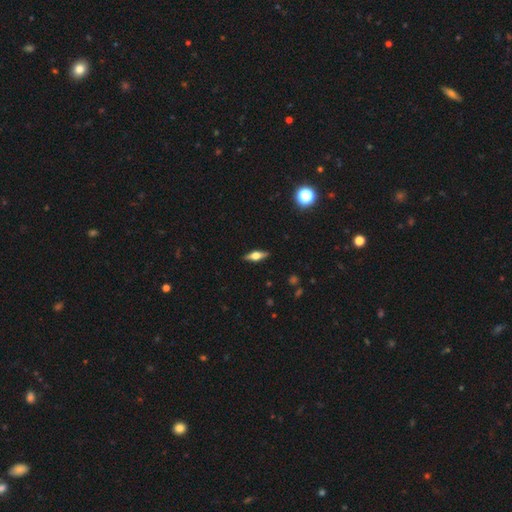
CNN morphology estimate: smooth-or-featured: featured or disk: 60% | smooth: 33% | star or artifact: 8%
  disk-edge-on: yes: 94% | no: 6%
    edge-on-bulge: rounded: 93% | boxy: 6% | none: 2%
  merging: none: 89% | minor disturbance: 8% | major disturbance: 2% | merger: 1%